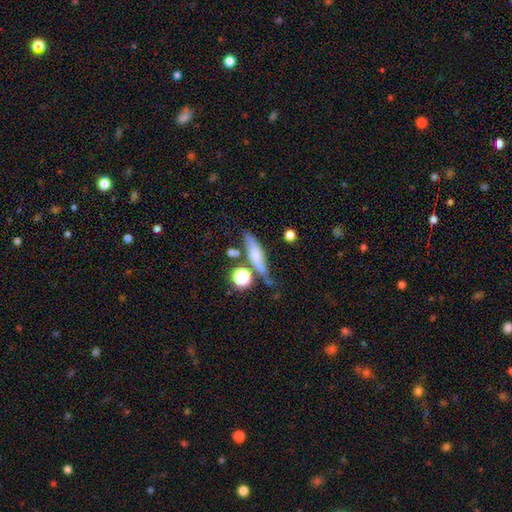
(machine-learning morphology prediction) smooth-or-featured: smooth: 59% | featured or disk: 32% | star or artifact: 9%
  how-rounded: cigar-shaped: 62% | in between: 30% | round: 8%
  merging: none: 59% | minor disturbance: 21% | merger: 12% | major disturbance: 8%